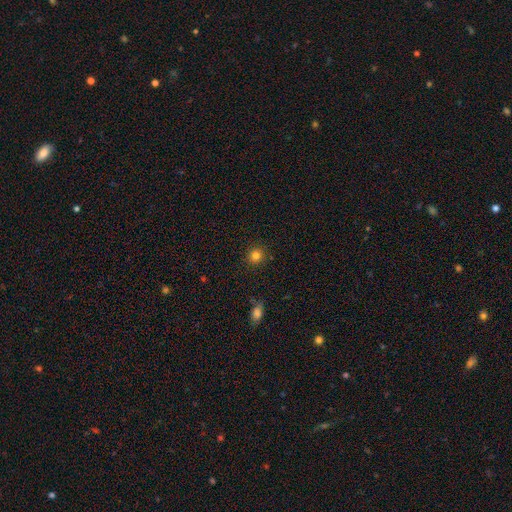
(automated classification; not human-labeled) Q: Smooth or featured?
A: smooth (82%); runner-up: star or artifact (13%)
Q: How rounded?
A: round (91%); runner-up: in between (8%)
Q: Merging?
A: none (90%); runner-up: minor disturbance (7%)